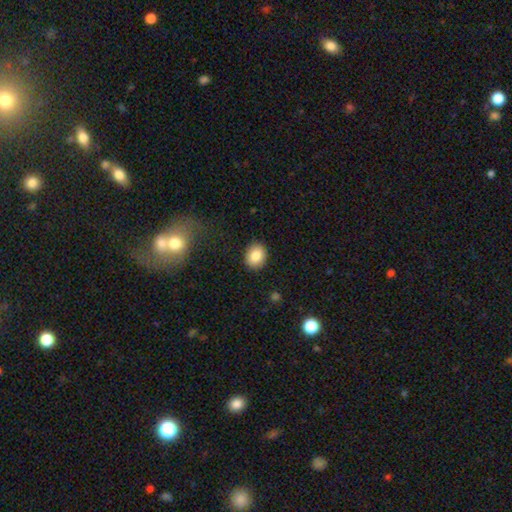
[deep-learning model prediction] Q: Smooth or featured?
A: smooth (85%); runner-up: star or artifact (9%)
Q: How rounded?
A: round (56%); runner-up: in between (44%)
Q: Merging?
A: none (89%); runner-up: minor disturbance (8%)